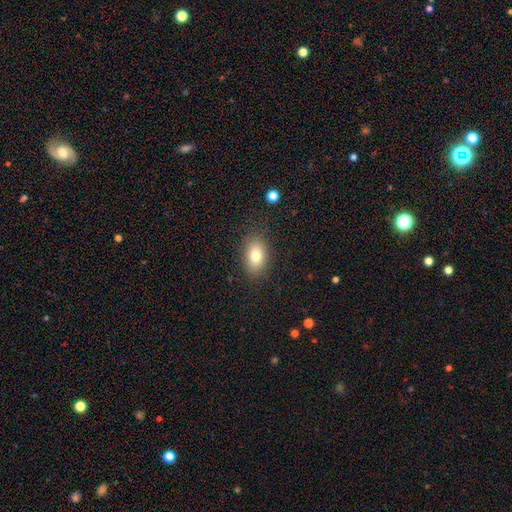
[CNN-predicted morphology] type=smooth (79%); roundness=in between (86%); merging=none (84%).